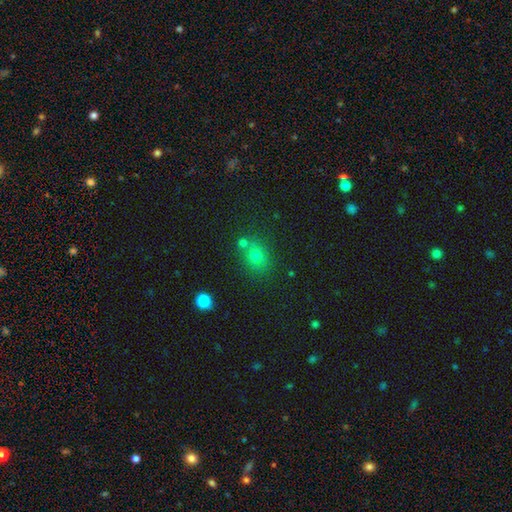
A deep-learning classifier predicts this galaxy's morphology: Smooth or featured? smooth (67%)
How rounded? round (71%)
Merging? none (66%)